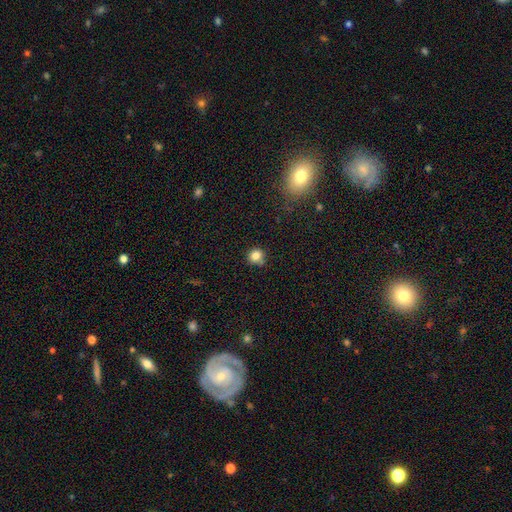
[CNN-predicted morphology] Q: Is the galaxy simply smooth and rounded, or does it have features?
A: smooth — 82%.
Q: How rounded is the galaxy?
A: round — 86%.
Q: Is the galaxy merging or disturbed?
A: none — 73%.